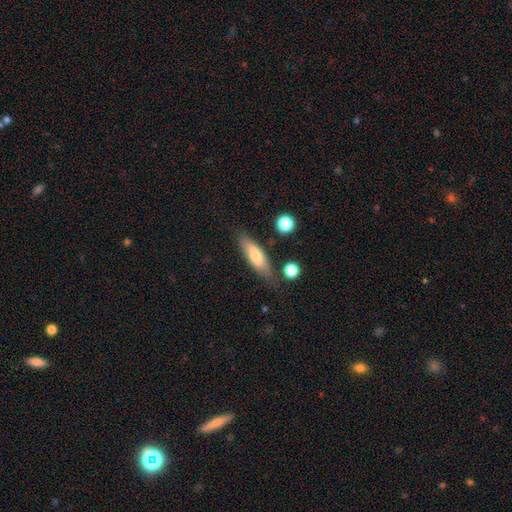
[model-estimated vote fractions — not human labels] Smooth or featured: smooth — 66% (featured or disk — 27%)
How rounded: cigar-shaped — 59% (in between — 39%)
Merging: none — 77% (minor disturbance — 15%)